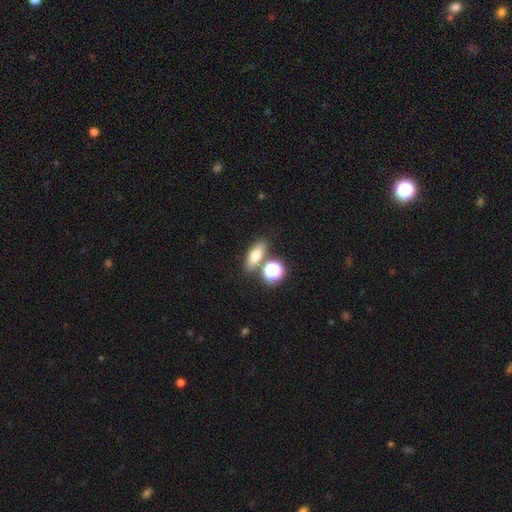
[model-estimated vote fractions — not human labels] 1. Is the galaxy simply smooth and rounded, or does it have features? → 70% smooth, 16% featured or disk, 13% star or artifact.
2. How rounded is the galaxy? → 65% in between, 19% round, 15% cigar-shaped.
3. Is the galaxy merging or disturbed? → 71% none, 16% merger, 10% minor disturbance, 3% major disturbance.